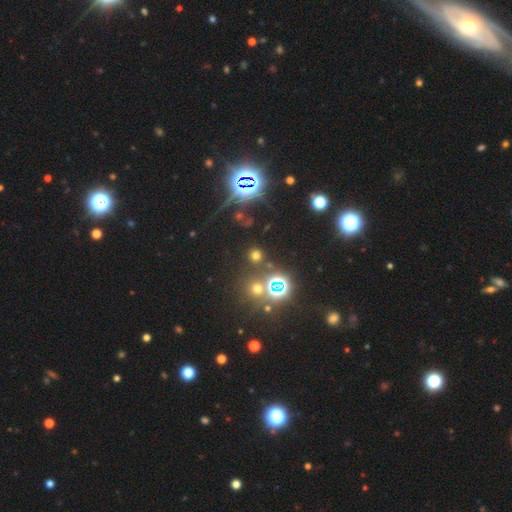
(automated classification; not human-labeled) Morphology: type=smooth (54%); roundness=round (89%); merging=none (81%).